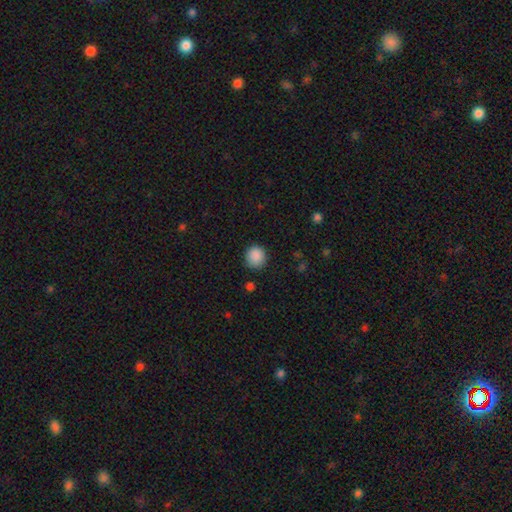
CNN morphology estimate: Smooth or featured?
  - smooth: 88% *
  - star or artifact: 9%
  - featured or disk: 3%
How rounded?
  - round: 89% *
  - in between: 10%
  - cigar-shaped: 1%
Merging?
  - none: 86% *
  - minor disturbance: 10%
  - major disturbance: 3%
  - merger: 1%